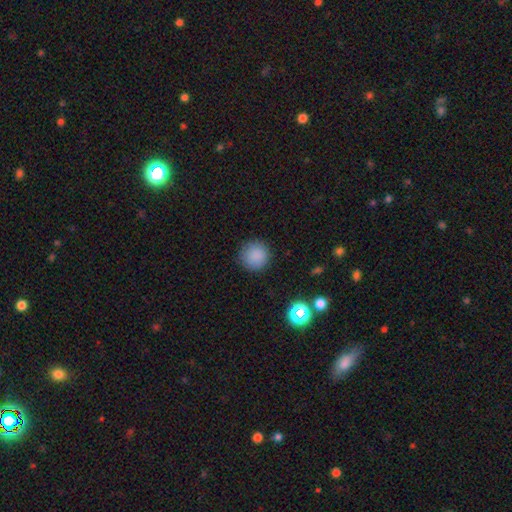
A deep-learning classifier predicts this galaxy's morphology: Q: Smooth or featured?
A: smooth (86%); runner-up: star or artifact (10%)
Q: How rounded?
A: round (95%); runner-up: in between (4%)
Q: Merging?
A: none (89%); runner-up: minor disturbance (7%)